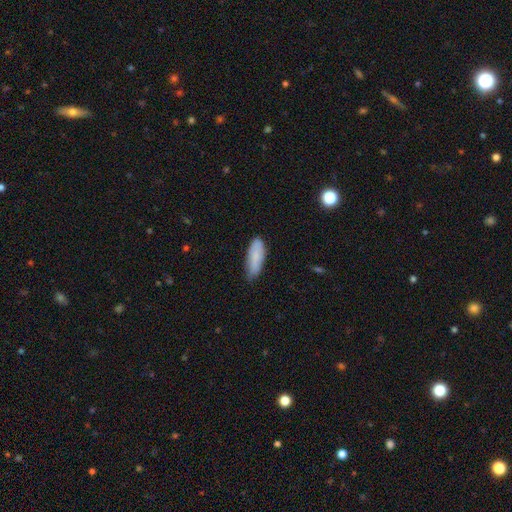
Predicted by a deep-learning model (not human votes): smooth_or_featured: smooth (p=0.81) [alt: featured or disk p=0.13]
how_rounded: in between (p=0.66) [alt: cigar-shaped p=0.32]
merging: none (p=0.68) [alt: minor disturbance p=0.26]